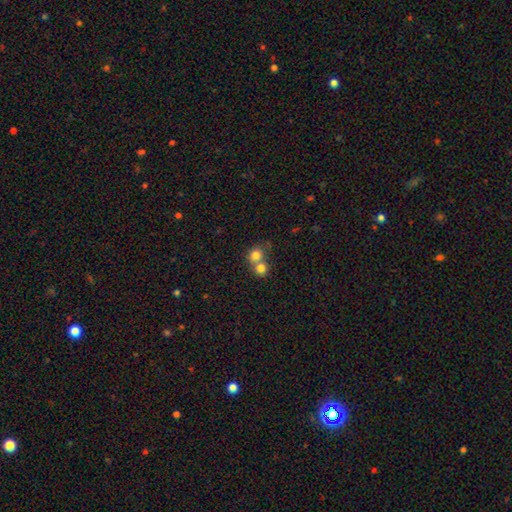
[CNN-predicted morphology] Smooth or featured? smooth (79%)
How rounded? round (81%)
Merging? merger (59%)